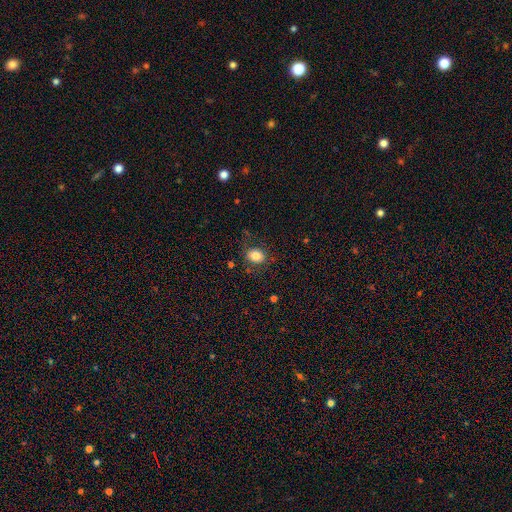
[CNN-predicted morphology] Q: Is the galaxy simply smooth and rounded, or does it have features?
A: smooth — 80%.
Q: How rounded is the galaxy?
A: in between — 50%.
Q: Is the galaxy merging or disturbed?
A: none — 79%.